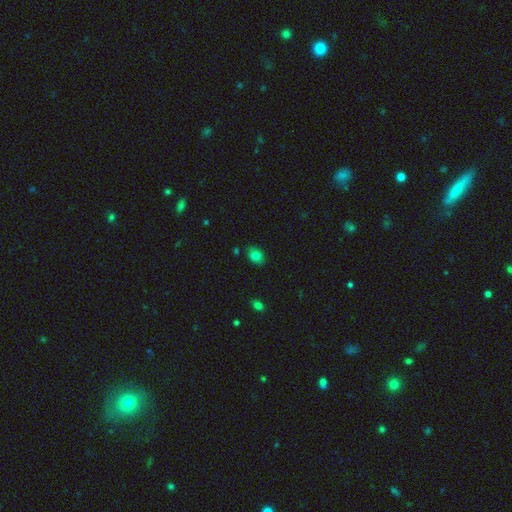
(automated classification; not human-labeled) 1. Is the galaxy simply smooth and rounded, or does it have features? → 80% smooth, 13% star or artifact, 8% featured or disk.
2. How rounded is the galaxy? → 68% in between, 30% round, 1% cigar-shaped.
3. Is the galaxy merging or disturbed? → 73% none, 20% minor disturbance, 4% major disturbance, 3% merger.